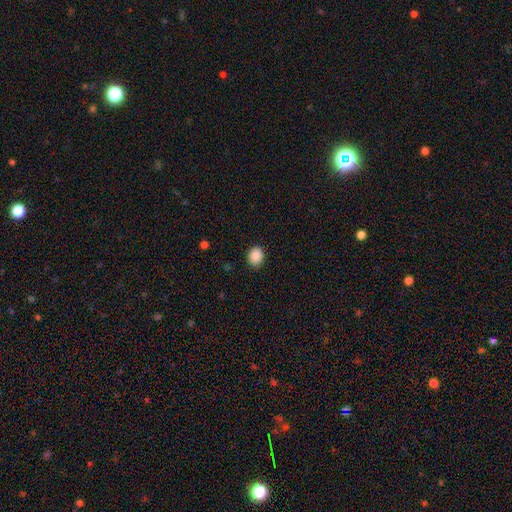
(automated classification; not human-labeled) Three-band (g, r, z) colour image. It shows a smooth galaxy with no disk features (89%) that is round (53%). Merging: none (88%).